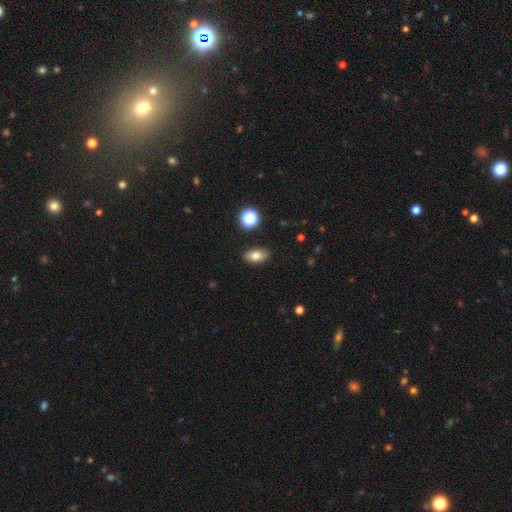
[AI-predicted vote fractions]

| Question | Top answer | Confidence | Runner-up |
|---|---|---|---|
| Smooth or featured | smooth | 80% | star or artifact (10%) |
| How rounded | in between | 87% | round (10%) |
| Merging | none | 88% | minor disturbance (8%) |